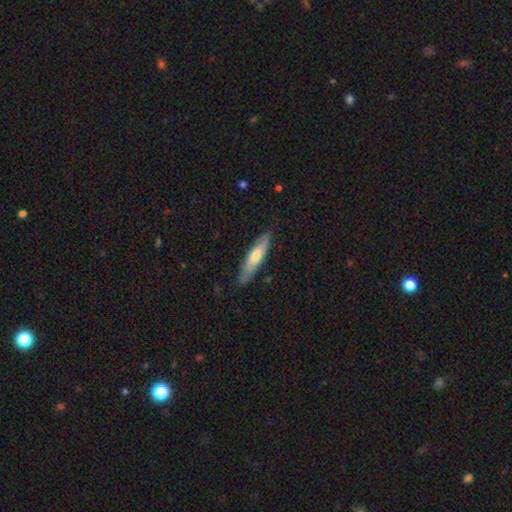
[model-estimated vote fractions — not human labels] Smooth or featured?
  - smooth: 57% *
  - featured or disk: 38%
  - star or artifact: 6%
How rounded?
  - cigar-shaped: 81% *
  - in between: 18%
  - round: 2%
Merging?
  - none: 84% *
  - minor disturbance: 13%
  - major disturbance: 2%
  - merger: 1%